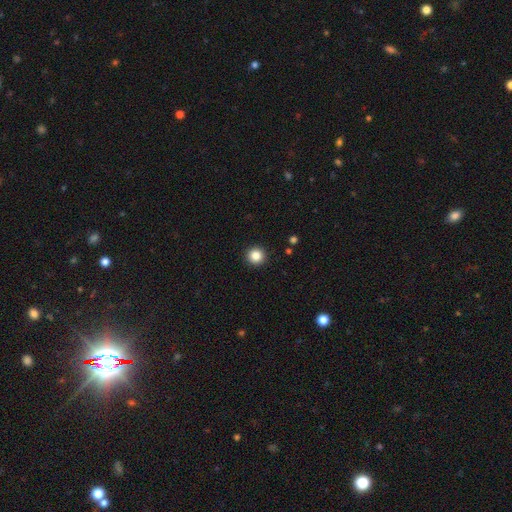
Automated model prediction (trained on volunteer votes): This appears to be a smooth galaxy with no disk features (86%) that is round (96%). Merging: none (93%).